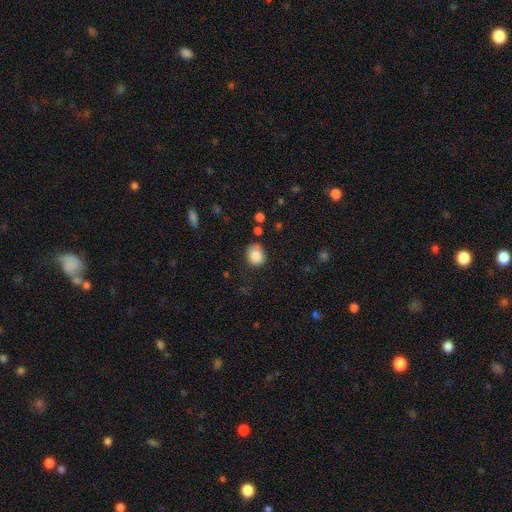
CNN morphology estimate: Smooth or featured: smooth — 85% (star or artifact — 9%)
How rounded: round — 59% (in between — 40%)
Merging: none — 68% (minor disturbance — 23%)